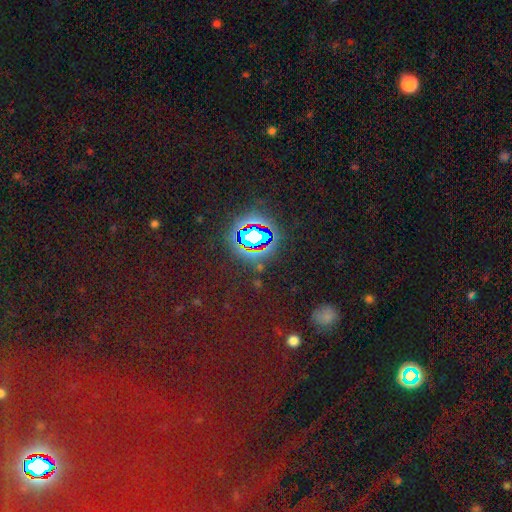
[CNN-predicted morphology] Smooth or featured: star or artifact — 80% (smooth — 12%)